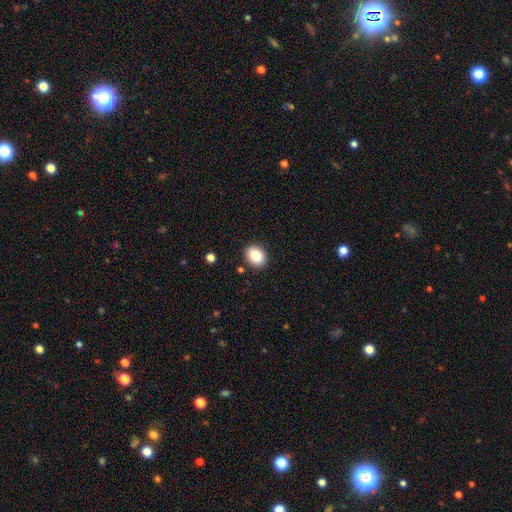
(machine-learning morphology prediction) Smooth or featured? smooth (87%)
How rounded? in between (60%)
Merging? none (89%)